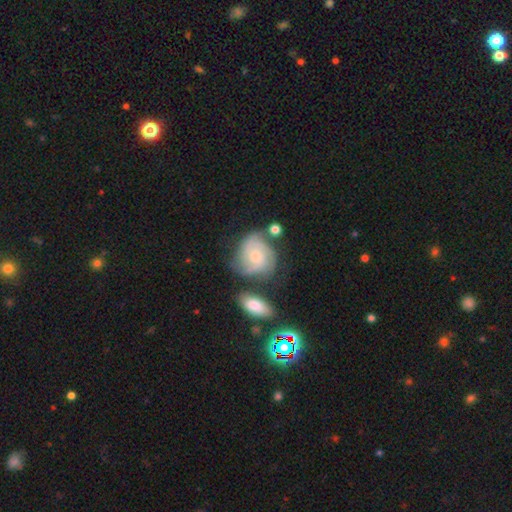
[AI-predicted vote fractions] Q: Smooth or featured?
A: featured or disk (71%); runner-up: smooth (22%)
Q: Edge-on disk?
A: no (98%); runner-up: yes (2%)
Q: Bar?
A: no (68%); runner-up: weak (28%)
Q: Spiral arms?
A: yes (93%); runner-up: no (7%)
Q: Spiral winding?
A: tight (54%); runner-up: medium (36%)
Q: Spiral arm count?
A: 3 (31%); runner-up: 2 (25%)
Q: Bulge size?
A: small (50%); runner-up: moderate (35%)
Q: Merging?
A: none (58%); runner-up: minor disturbance (21%)